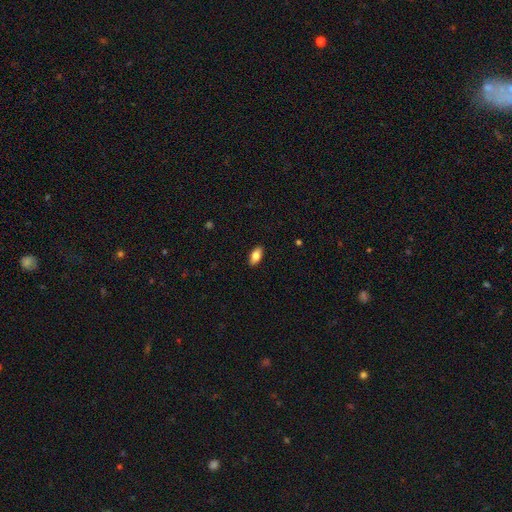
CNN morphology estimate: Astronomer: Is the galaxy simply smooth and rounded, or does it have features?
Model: smooth — 81%.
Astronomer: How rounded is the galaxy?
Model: in between — 90%.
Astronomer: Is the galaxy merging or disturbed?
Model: none — 89%.